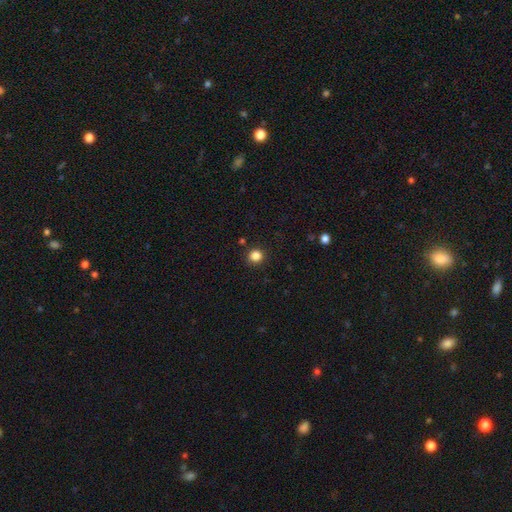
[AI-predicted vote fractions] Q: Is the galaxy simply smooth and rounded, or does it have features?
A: smooth — 84%.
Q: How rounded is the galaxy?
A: round — 92%.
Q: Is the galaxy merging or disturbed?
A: none — 91%.